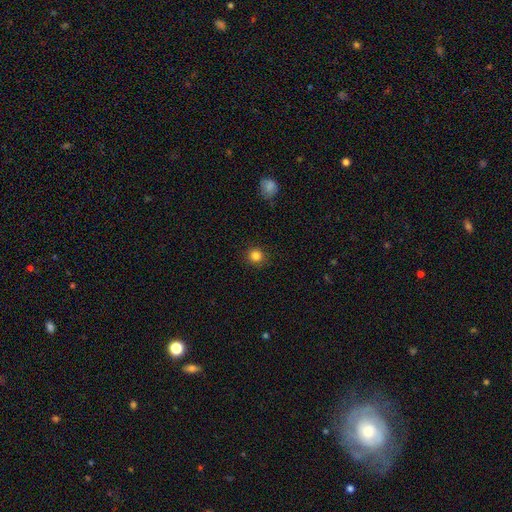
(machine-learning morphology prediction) Smooth or featured: smooth — 84% (star or artifact — 12%)
How rounded: round — 93% (in between — 6%)
Merging: none — 91% (minor disturbance — 6%)